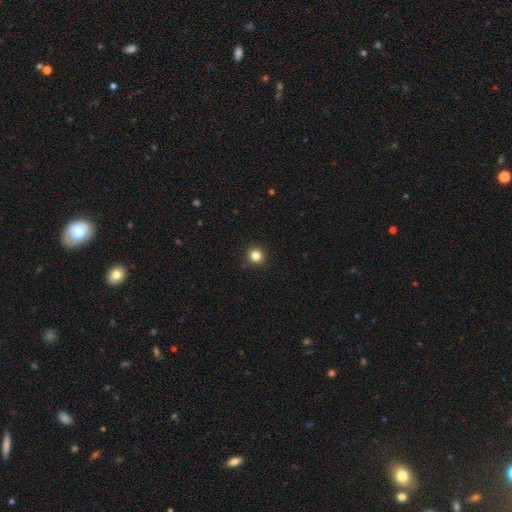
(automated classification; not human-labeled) smooth-or-featured: smooth: 83% | star or artifact: 12% | featured or disk: 5%
  how-rounded: round: 92% | in between: 7% | cigar-shaped: 1%
  merging: none: 93% | minor disturbance: 5% | major disturbance: 2% | merger: 1%